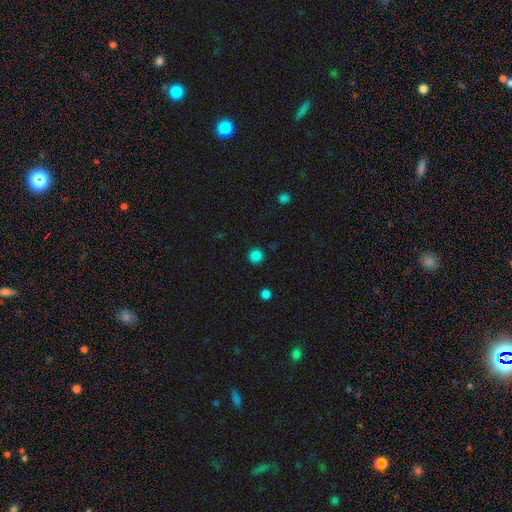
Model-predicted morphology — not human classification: smooth 84%, star or artifact 13%, featured or disk 3%. Down the decision tree: how rounded — round (95%); merging — none (91%).